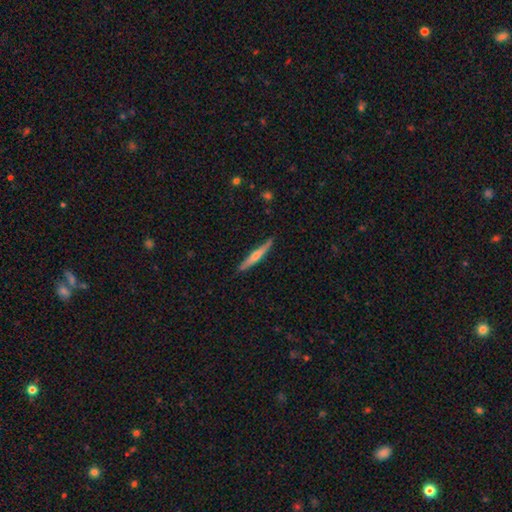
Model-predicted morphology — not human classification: Smooth or featured? smooth (48%)
Merging? none (84%)